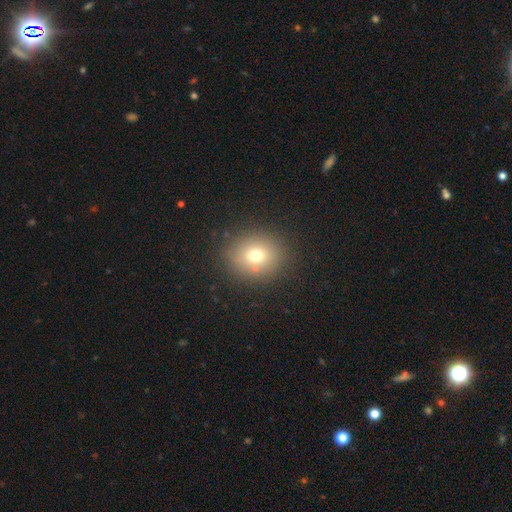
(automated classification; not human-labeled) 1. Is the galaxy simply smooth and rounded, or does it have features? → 71% smooth, 15% star or artifact, 13% featured or disk.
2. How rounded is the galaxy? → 73% round, 26% in between, 1% cigar-shaped.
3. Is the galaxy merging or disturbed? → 85% none, 9% minor disturbance, 4% major disturbance, 2% merger.